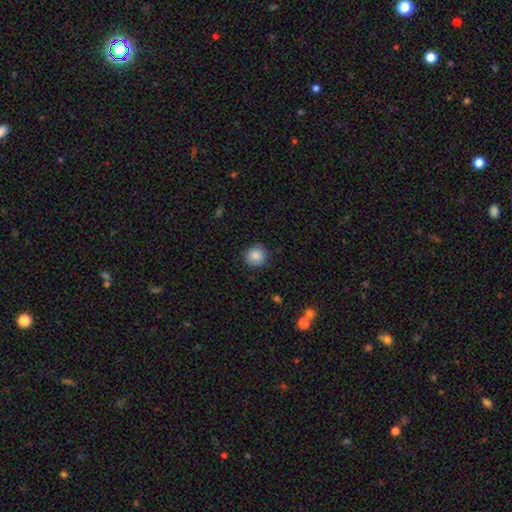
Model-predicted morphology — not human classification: This is clearly a smooth galaxy (87%). How rounded: clearly round (92%). Merging: clearly none (86%).